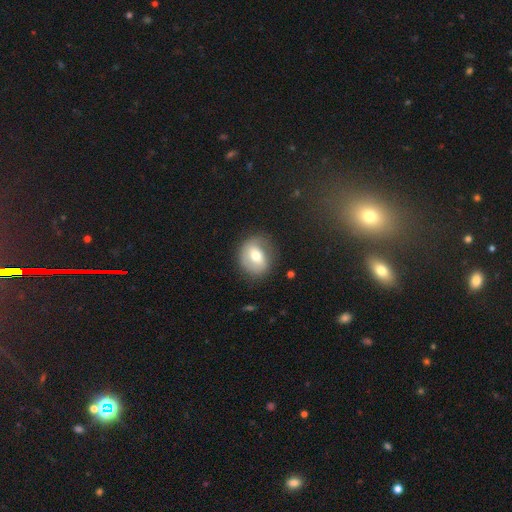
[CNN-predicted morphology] smooth_or_featured: smooth (p=0.57) [alt: featured or disk p=0.35]
how_rounded: round (p=0.58) [alt: in between p=0.41]
merging: none (p=0.72) [alt: minor disturbance p=0.19]